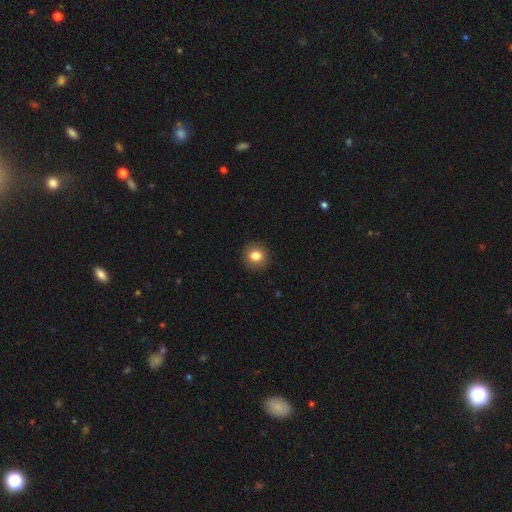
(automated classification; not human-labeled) Q: Smooth or featured?
A: smooth (83%); runner-up: star or artifact (10%)
Q: How rounded?
A: round (84%); runner-up: in between (15%)
Q: Merging?
A: none (91%); runner-up: minor disturbance (7%)